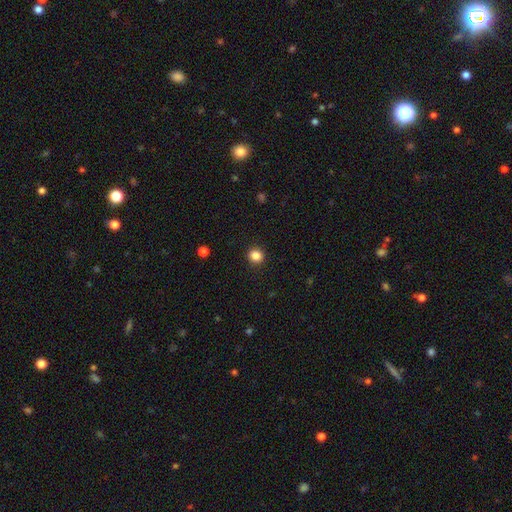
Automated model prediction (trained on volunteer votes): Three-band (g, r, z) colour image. It shows a smooth galaxy with no disk features (85%) that is round (80%). Merging: none (90%).